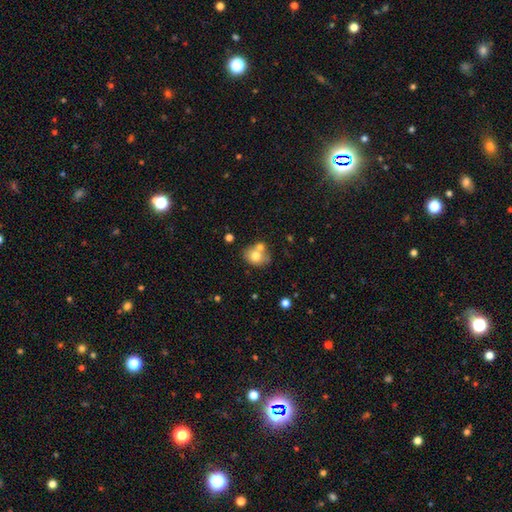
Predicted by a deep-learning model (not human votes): smooth_or_featured: smooth (p=0.73) [alt: featured or disk p=0.17]
how_rounded: round (p=0.57) [alt: in between p=0.42]
merging: none (p=0.50) [alt: merger p=0.32]